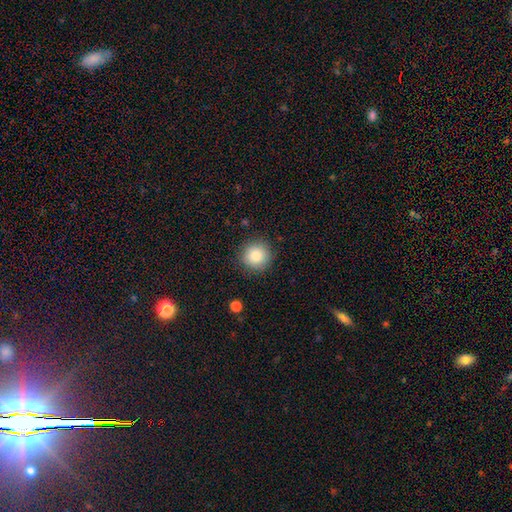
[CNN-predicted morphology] smooth_or_featured: smooth (p=0.83) [alt: star or artifact p=0.09]
how_rounded: round (p=0.94) [alt: in between p=0.05]
merging: none (p=0.89) [alt: minor disturbance p=0.08]